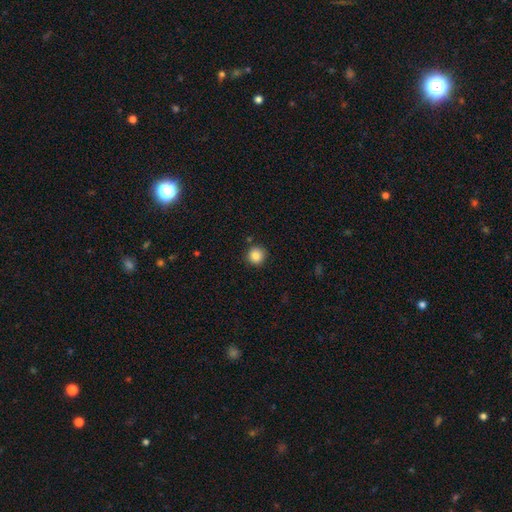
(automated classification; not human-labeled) Morphology: type=smooth (85%); roundness=round (95%); merging=none (89%).